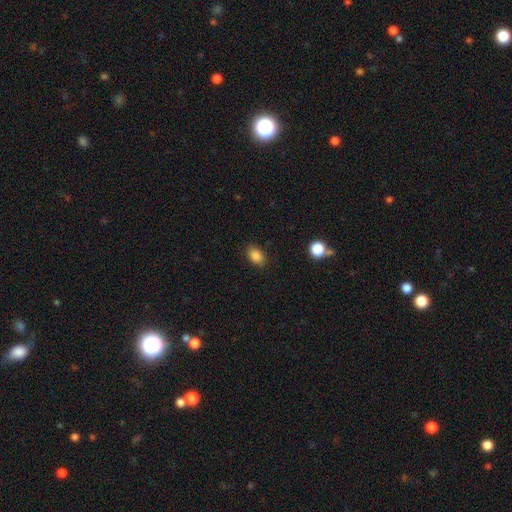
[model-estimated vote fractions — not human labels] smooth-or-featured: smooth: 86% | star or artifact: 10% | featured or disk: 4%
  how-rounded: in between: 83% | round: 16% | cigar-shaped: 1%
  merging: none: 86% | minor disturbance: 10% | major disturbance: 3% | merger: 1%